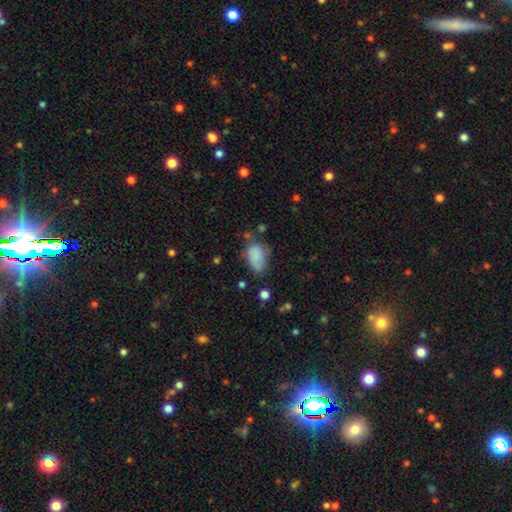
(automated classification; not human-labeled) smooth_or_featured: smooth (p=0.79) [alt: featured or disk p=0.12]
how_rounded: in between (p=0.86) [alt: round p=0.12]
merging: none (p=0.44) [alt: minor disturbance p=0.33]